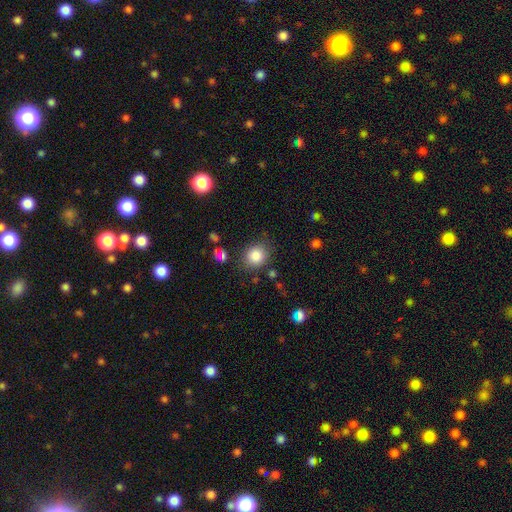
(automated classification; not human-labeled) Morphology: type=smooth (84%); roundness=round (79%); merging=none (81%).